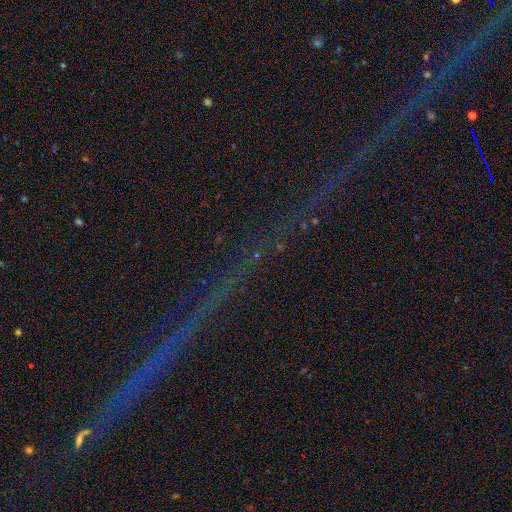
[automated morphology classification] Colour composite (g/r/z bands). It shows a star or artifact, not a galaxy (81%).